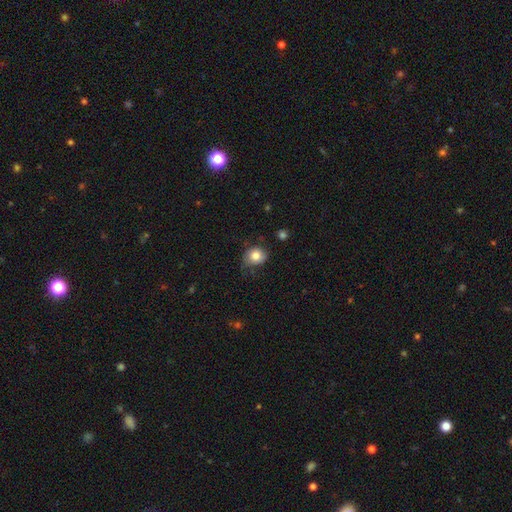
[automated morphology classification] Overall: smooth (77%). How rounded: round (68%; in between 31%). Merging: none (56%; minor disturbance 31%).